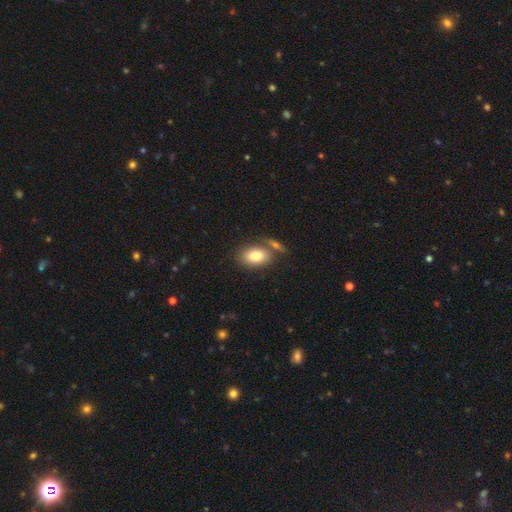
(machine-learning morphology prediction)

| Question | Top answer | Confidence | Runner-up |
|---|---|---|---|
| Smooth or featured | smooth | 83% | featured or disk (10%) |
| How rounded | in between | 89% | round (10%) |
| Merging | none | 59% | merger (22%) |